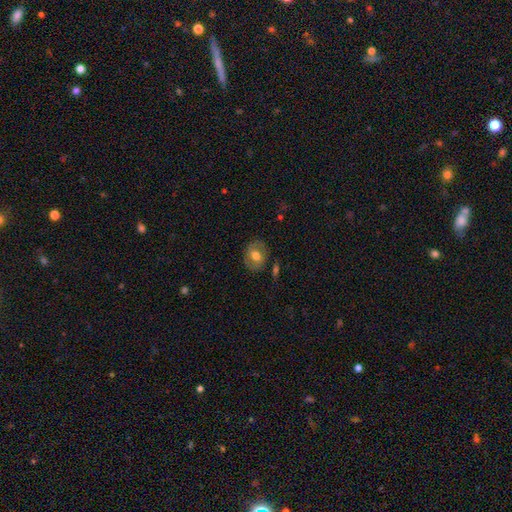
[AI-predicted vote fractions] The model was most divided on "smooth or featured": smooth: 48%, featured or disk: 45%, star or artifact: 7%. More confident: merging — none (79%).